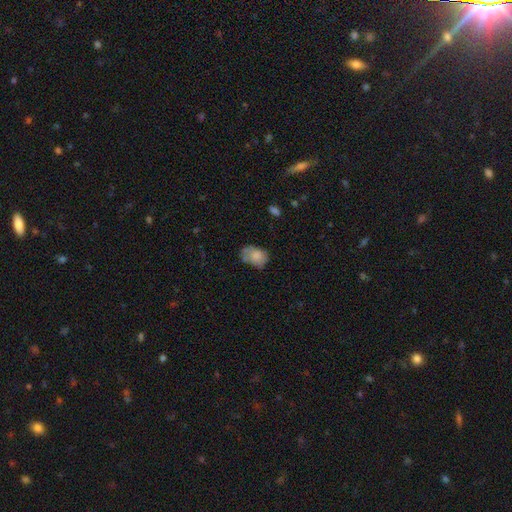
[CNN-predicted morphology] smooth-or-featured: smooth: 74% | featured or disk: 17% | star or artifact: 9%
  how-rounded: in between: 78% | round: 21% | cigar-shaped: 1%
  merging: none: 47% | minor disturbance: 34% | major disturbance: 15% | merger: 5%